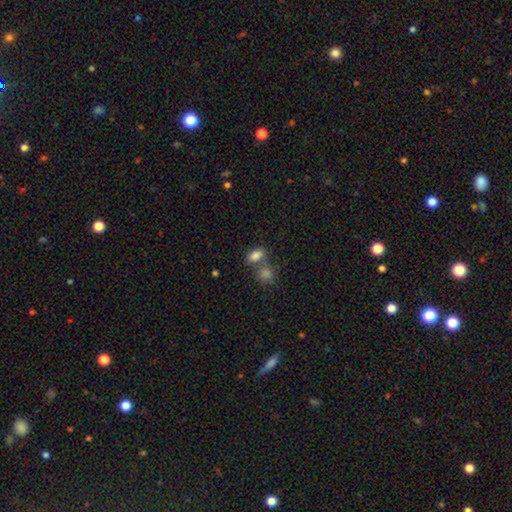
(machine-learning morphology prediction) Smooth or featured? Predicted: smooth (p=0.82). How rounded? Predicted: in between (p=0.85). Merging? Predicted: none (p=0.46).